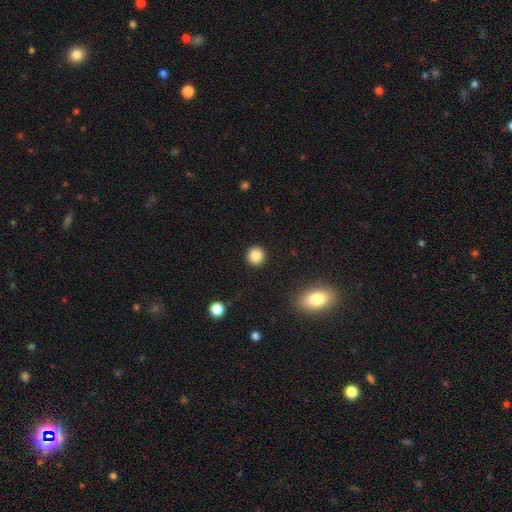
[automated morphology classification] type=smooth (86%); roundness=round (94%); merging=none (93%).